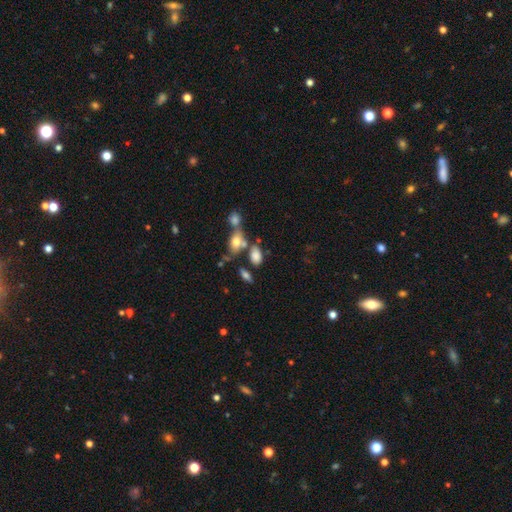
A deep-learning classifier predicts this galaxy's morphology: A smooth galaxy with no disk features (77%) that is in between round and cigar-shaped (87%). Merging: none (51%).